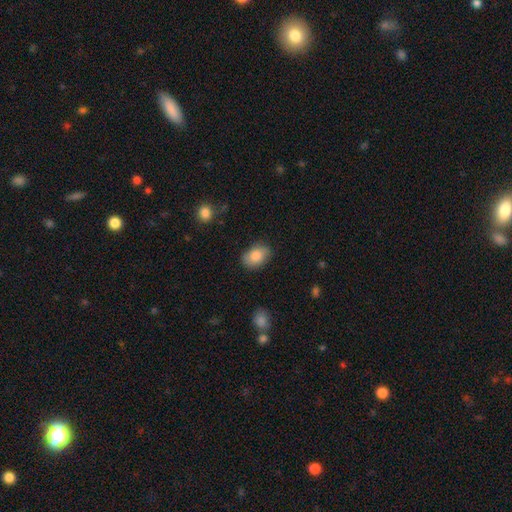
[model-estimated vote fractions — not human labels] smooth_or_featured: smooth (p=0.83) [alt: featured or disk p=0.10]
how_rounded: in between (p=0.82) [alt: round p=0.17]
merging: none (p=0.80) [alt: minor disturbance p=0.16]